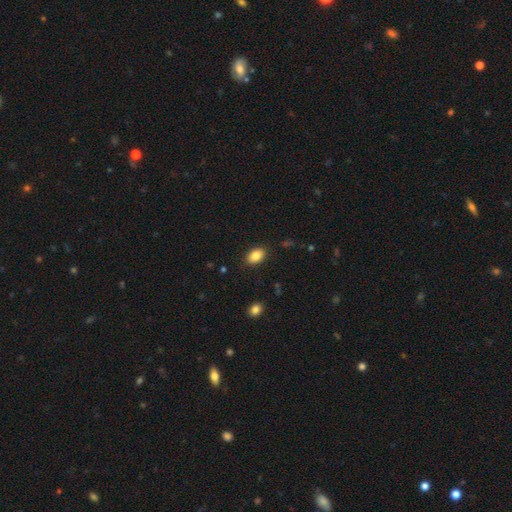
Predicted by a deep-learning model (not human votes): This appears to be a smooth galaxy with no disk features (85%) that is in between round and cigar-shaped (87%). Merging: none (87%).